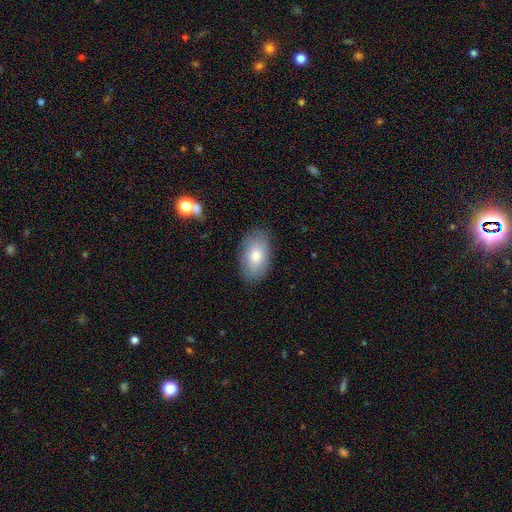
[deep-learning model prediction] Smooth or featured? Predicted: smooth (p=0.75). How rounded? Predicted: in between (p=0.92). Merging? Predicted: none (p=0.85).